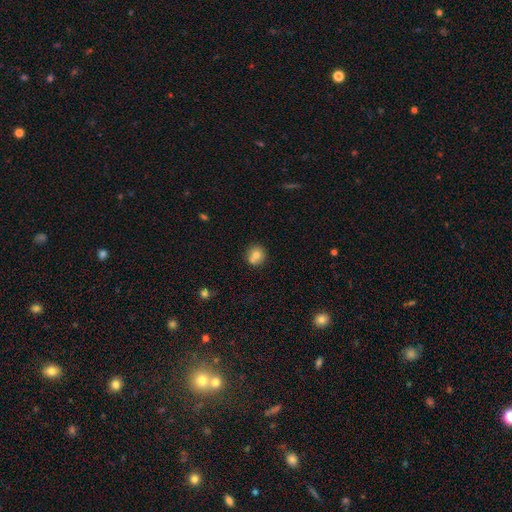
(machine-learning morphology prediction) smooth 73%, featured or disk 16%, star or artifact 10%. Down the decision tree: how rounded — round (88%); merging — none (58%).